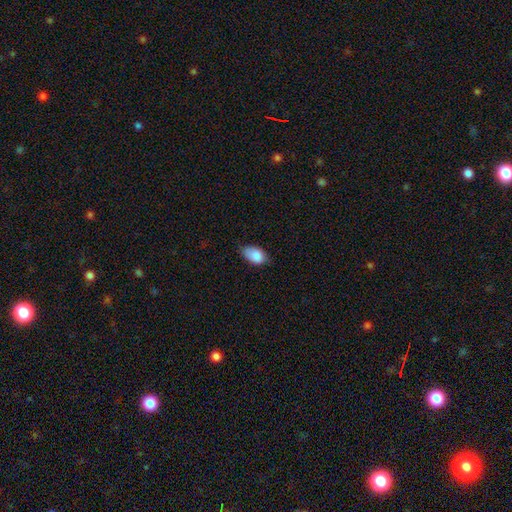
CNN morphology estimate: Q: Smooth or featured?
A: smooth (88%); runner-up: star or artifact (7%)
Q: How rounded?
A: in between (92%); runner-up: round (7%)
Q: Merging?
A: none (61%); runner-up: minor disturbance (32%)